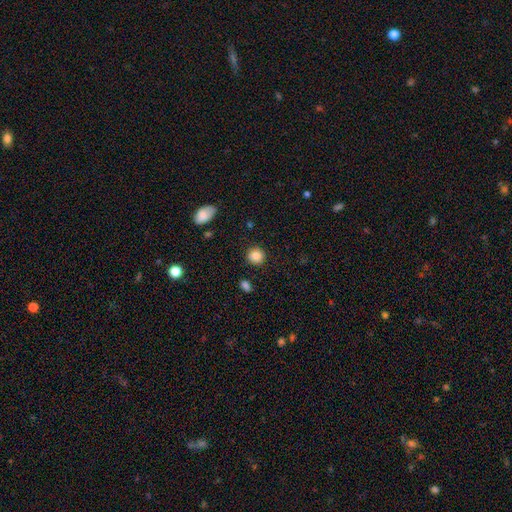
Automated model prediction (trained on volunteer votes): This appears to be a smooth galaxy with no disk features (86%) that is round (89%). Merging: none (90%).